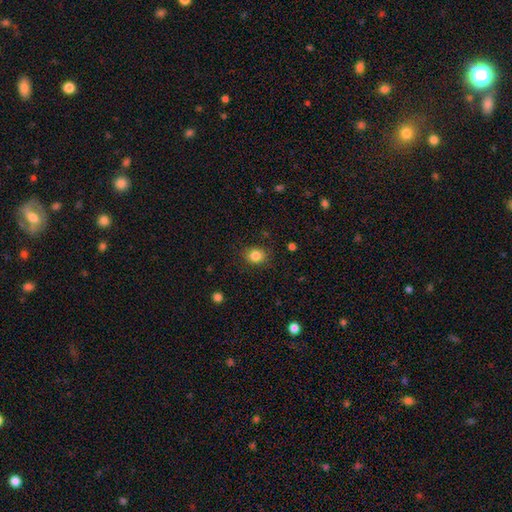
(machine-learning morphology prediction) Q: Smooth or featured?
A: smooth (84%); runner-up: star or artifact (11%)
Q: How rounded?
A: round (65%); runner-up: in between (34%)
Q: Merging?
A: none (85%); runner-up: minor disturbance (11%)